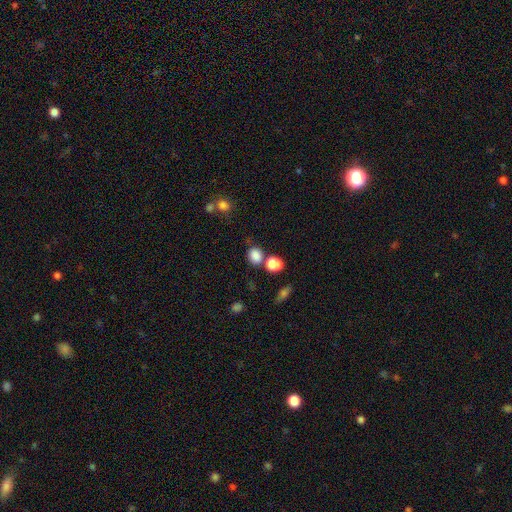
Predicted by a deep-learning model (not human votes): Smooth or featured?
  - smooth: 81% *
  - star or artifact: 13%
  - featured or disk: 6%
How rounded?
  - round: 52% *
  - in between: 47%
  - cigar-shaped: 1%
Merging?
  - none: 64% *
  - merger: 19%
  - minor disturbance: 12%
  - major disturbance: 4%